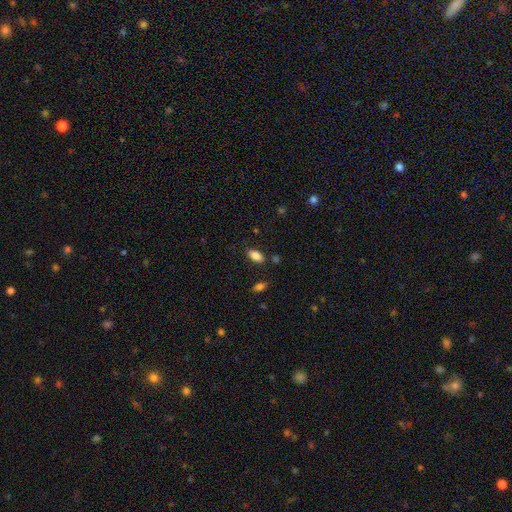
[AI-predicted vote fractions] The model was most divided on "merging": none: 83%, minor disturbance: 11%, merger: 3%, major disturbance: 3%. More confident: how rounded — in between (90%); smooth or featured — smooth (84%).